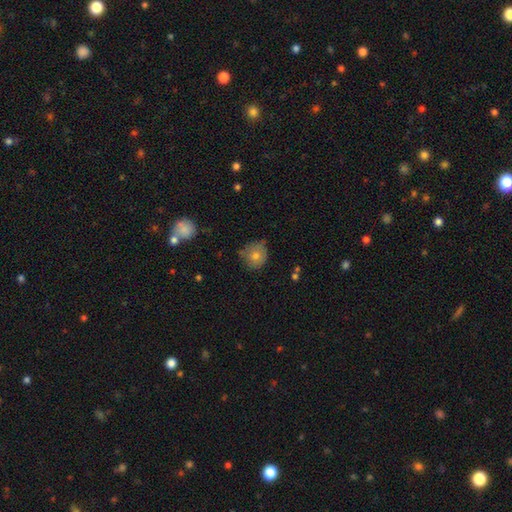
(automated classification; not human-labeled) Smooth or featured: smooth — 71% (featured or disk — 19%)
How rounded: round — 87% (in between — 12%)
Merging: none — 71% (minor disturbance — 23%)